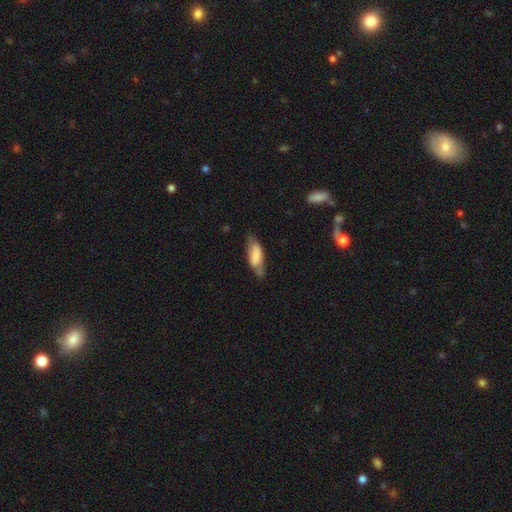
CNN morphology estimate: Smooth or featured: smooth — 73% (featured or disk — 21%)
How rounded: in between — 68% (cigar-shaped — 30%)
Merging: none — 55% (minor disturbance — 32%)